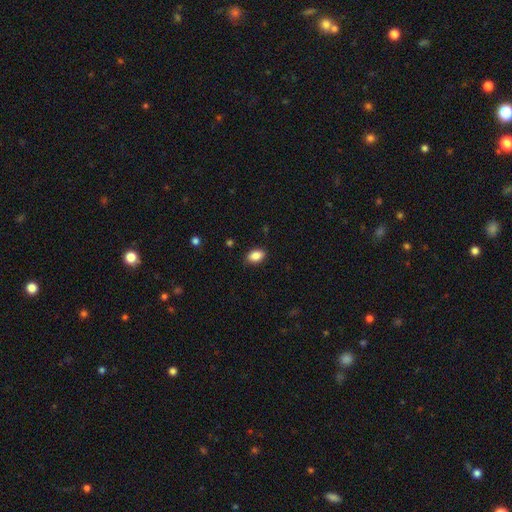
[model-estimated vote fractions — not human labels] Smooth or featured: smooth — 87% (star or artifact — 8%)
How rounded: in between — 87% (round — 11%)
Merging: none — 88% (minor disturbance — 9%)